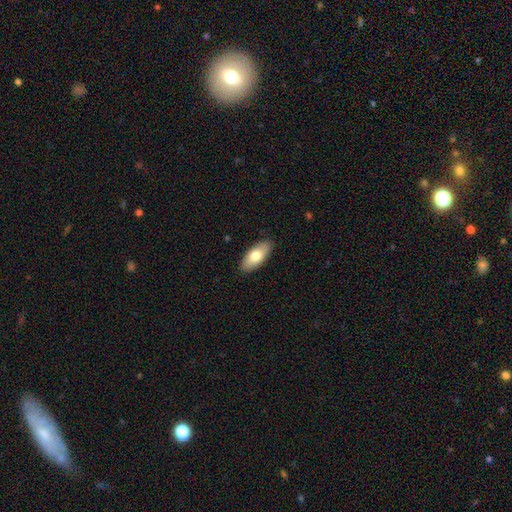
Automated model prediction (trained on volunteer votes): A smooth galaxy with no disk features (76%) that is in between round and cigar-shaped (88%).

Vote fractions:
- Smooth or featured? smooth: 76% / featured or disk: 19% / star or artifact: 6%
- How rounded? in between: 88% / cigar-shaped: 10% / round: 2%
- Merging? none: 89% / minor disturbance: 9% / major disturbance: 2% / merger: 1%